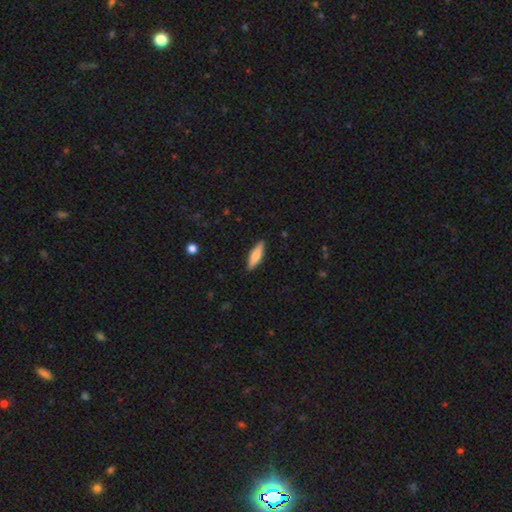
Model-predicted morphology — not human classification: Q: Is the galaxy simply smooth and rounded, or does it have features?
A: smooth — 73%.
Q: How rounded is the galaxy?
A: cigar-shaped — 63%.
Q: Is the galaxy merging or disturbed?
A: none — 88%.